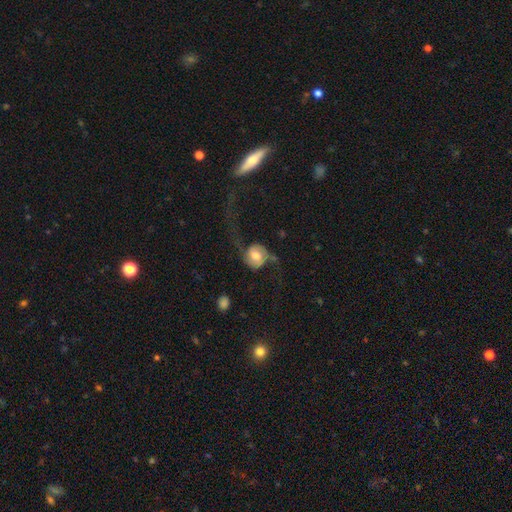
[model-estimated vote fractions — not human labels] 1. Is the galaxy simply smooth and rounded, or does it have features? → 62% featured or disk, 31% smooth, 7% star or artifact.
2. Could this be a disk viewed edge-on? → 96% no, 4% yes.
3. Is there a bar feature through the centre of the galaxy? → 49% no, 38% weak, 13% strong.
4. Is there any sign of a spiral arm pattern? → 88% yes, 12% no.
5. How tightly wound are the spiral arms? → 76% loose, 19% medium, 5% tight.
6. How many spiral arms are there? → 89% 2, 5% 1, 3% can't tell, 1% 3, 1% 4, 1% more than 4.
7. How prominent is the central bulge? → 56% moderate, 23% large, 12% small, 5% dominant, 3% none.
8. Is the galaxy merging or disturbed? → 44% none, 37% major disturbance, 15% minor disturbance, 4% merger.